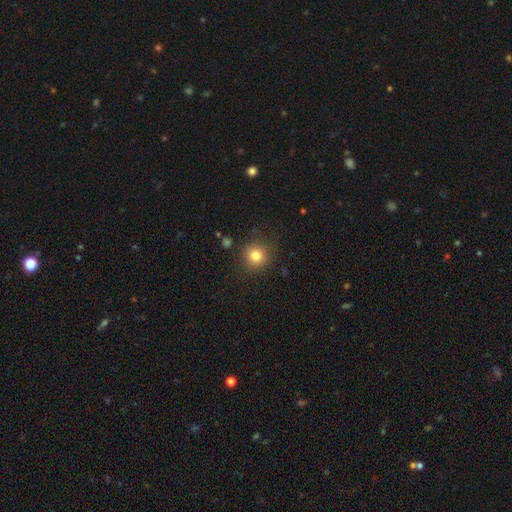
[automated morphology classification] smooth-or-featured: smooth: 81% | star or artifact: 12% | featured or disk: 7%
  how-rounded: round: 93% | in between: 6% | cigar-shaped: 1%
  merging: none: 87% | minor disturbance: 8% | major disturbance: 3% | merger: 2%